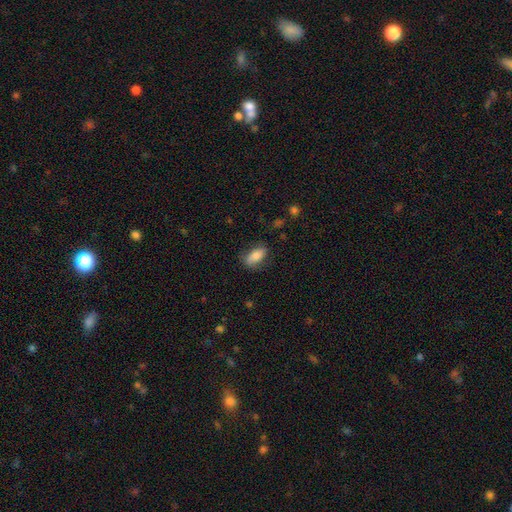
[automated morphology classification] smooth_or_featured: smooth (p=0.79) [alt: featured or disk p=0.14]
how_rounded: in between (p=0.85) [alt: cigar-shaped p=0.11]
merging: none (p=0.73) [alt: minor disturbance p=0.19]